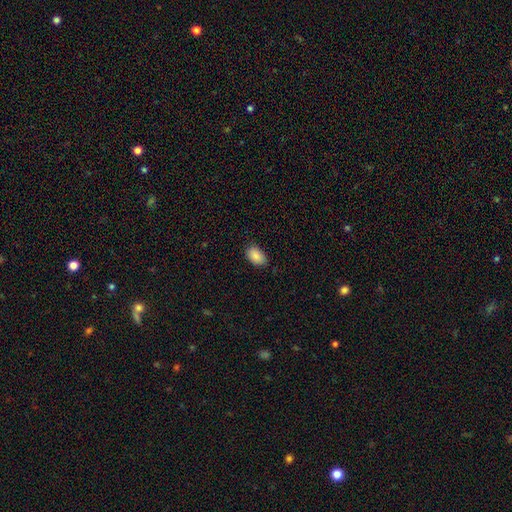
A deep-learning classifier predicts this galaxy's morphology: Smooth or featured: smooth — 88% (star or artifact — 7%)
How rounded: in between — 90% (round — 8%)
Merging: none — 83% (minor disturbance — 14%)